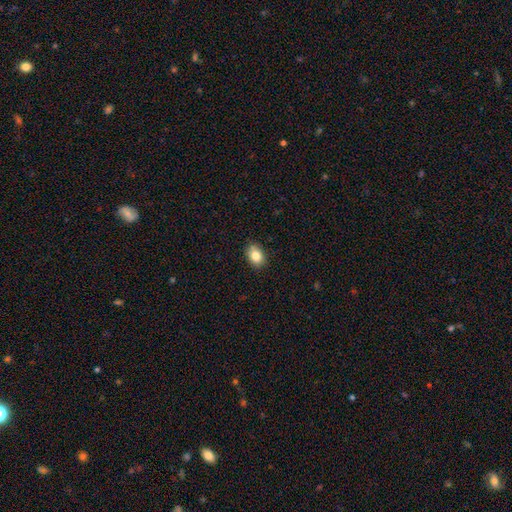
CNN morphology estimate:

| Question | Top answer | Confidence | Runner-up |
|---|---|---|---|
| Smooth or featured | smooth | 83% | star or artifact (9%) |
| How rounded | in between | 69% | round (30%) |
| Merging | none | 84% | minor disturbance (12%) |